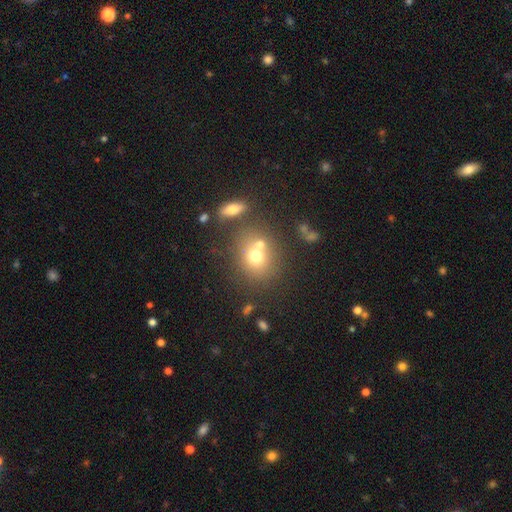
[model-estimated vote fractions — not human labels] Smooth or featured: smooth — 68% (featured or disk — 18%)
How rounded: round — 70% (in between — 29%)
Merging: none — 51% (merger — 34%)